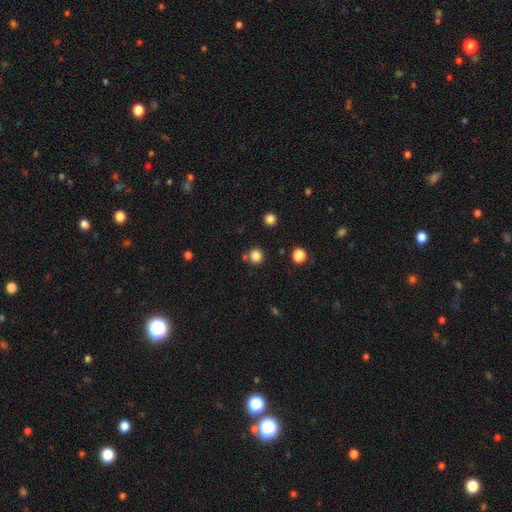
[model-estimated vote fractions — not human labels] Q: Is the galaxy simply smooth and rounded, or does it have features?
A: smooth — 83%.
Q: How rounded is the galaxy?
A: round — 88%.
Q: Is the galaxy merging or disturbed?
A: none — 77%.